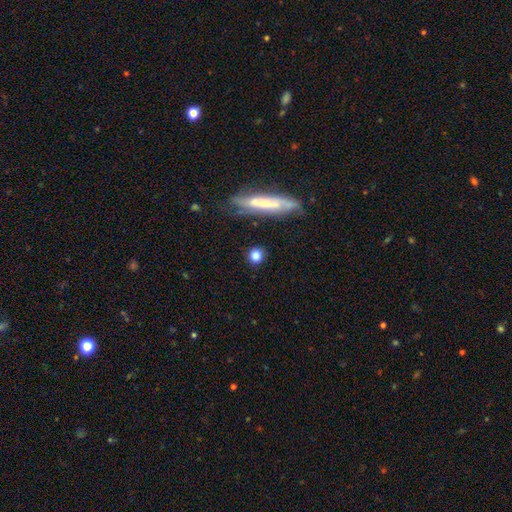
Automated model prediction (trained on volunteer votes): smooth-or-featured: smooth: 82% | featured or disk: 10% | star or artifact: 8%
  how-rounded: round: 78% | in between: 14% | cigar-shaped: 8%
  merging: none: 83% | minor disturbance: 10% | major disturbance: 4% | merger: 3%